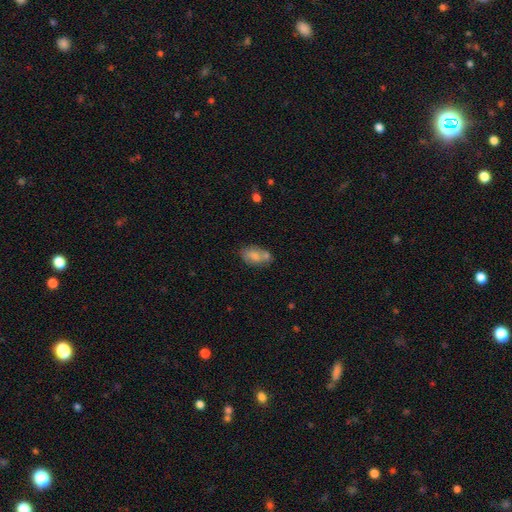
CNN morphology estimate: Smooth or featured: smooth — 69% (featured or disk — 23%)
How rounded: in between — 88% (round — 9%)
Merging: none — 50% (merger — 26%)